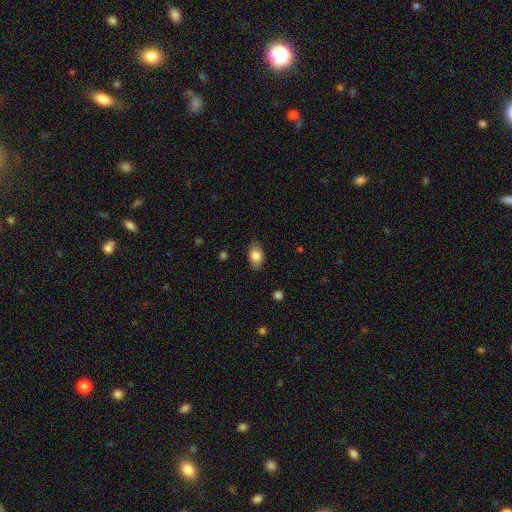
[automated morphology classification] This appears to be a smooth galaxy with no disk features (83%) that is in between round and cigar-shaped (90%). Merging: none (85%).